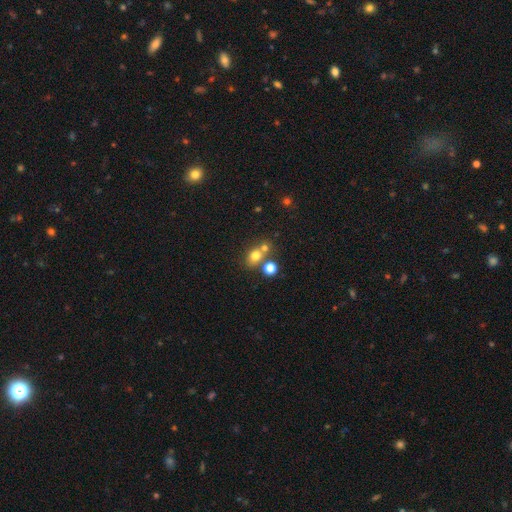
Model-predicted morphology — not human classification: smooth_or_featured: smooth (p=0.71) [alt: star or artifact p=0.17]
how_rounded: round (p=0.61) [alt: in between p=0.38]
merging: none (p=0.51) [alt: merger p=0.35]